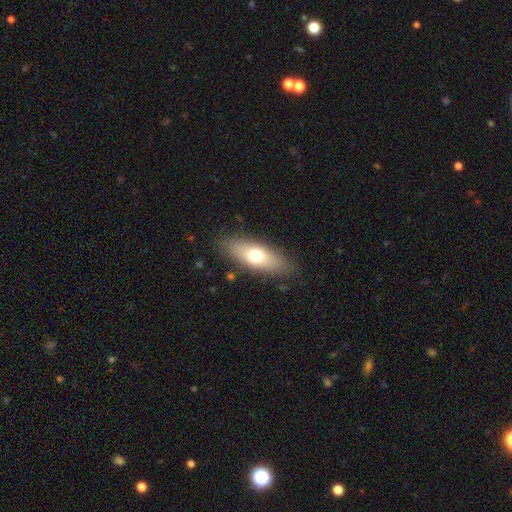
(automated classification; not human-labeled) A smooth galaxy with no disk features (66%) that is in between round and cigar-shaped (66%). Merging: none (85%).